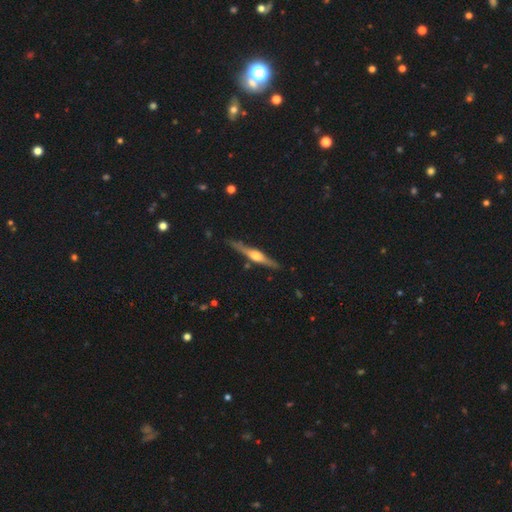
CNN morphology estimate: The model was most divided on "smooth or featured": featured or disk: 74%, smooth: 21%, star or artifact: 5%. More confident: edge-on disk — yes (97%); edge-on bulge — rounded (89%); merging — none (86%).